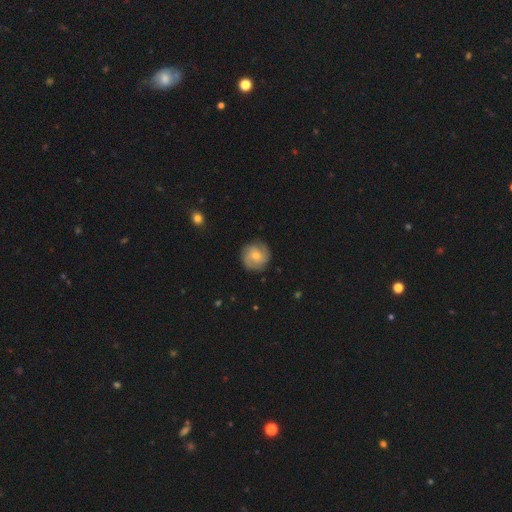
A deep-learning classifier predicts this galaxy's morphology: Overall: featured or disk (63%; smooth 30%). Edge-on disk: no (98%). Bar: no (68%). Spiral arms: yes (89%). Spiral arm count: 3 (31%; 2 30%). Spiral winding: tight (54%; medium 35%). Bulge size: moderate (54%; small 42%). Merging: none (85%).